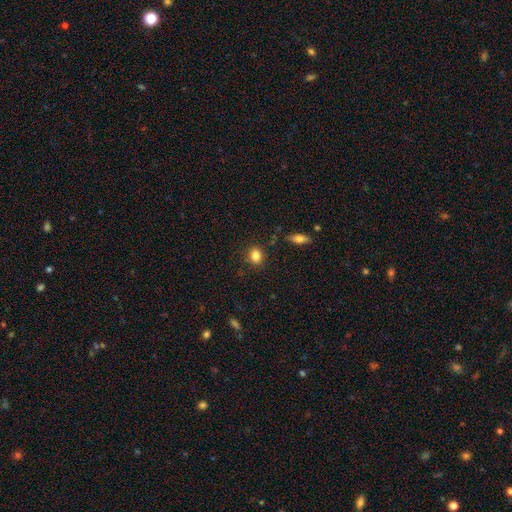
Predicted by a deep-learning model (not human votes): Smooth or featured: smooth — 84% (star or artifact — 10%)
How rounded: round — 58% (in between — 41%)
Merging: none — 84% (minor disturbance — 11%)